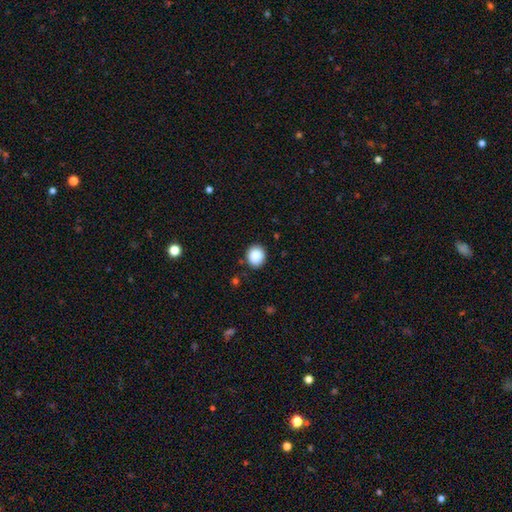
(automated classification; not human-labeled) The model was most divided on "how rounded": round: 76%, in between: 23%, cigar-shaped: 1%. More confident: smooth or featured — smooth (89%); merging — none (87%).